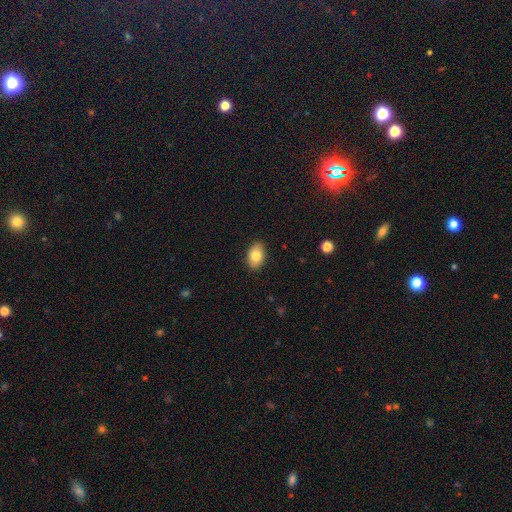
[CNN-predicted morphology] Smooth or featured?
  - smooth: 81% *
  - featured or disk: 11%
  - star or artifact: 7%
How rounded?
  - in between: 89% *
  - round: 10%
  - cigar-shaped: 1%
Merging?
  - none: 89% *
  - minor disturbance: 8%
  - major disturbance: 2%
  - merger: 1%